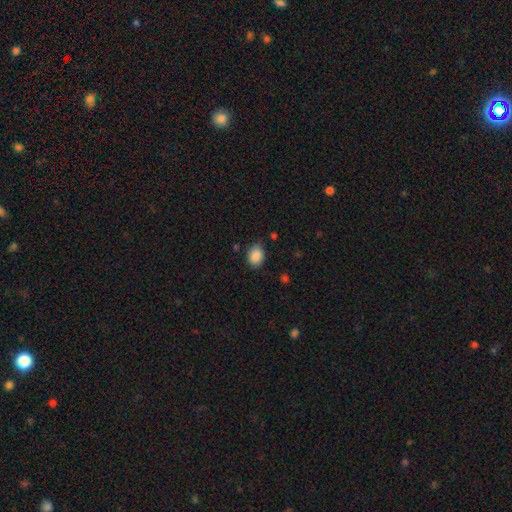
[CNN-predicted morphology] Smooth or featured? smooth (89%)
How rounded? in between (69%)
Merging? none (79%)